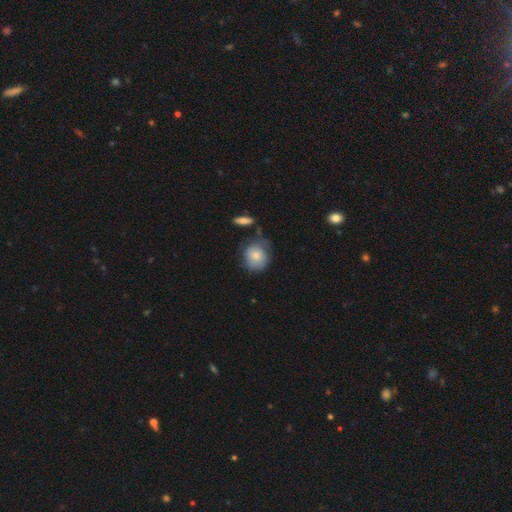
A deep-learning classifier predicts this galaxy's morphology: type=smooth (77%); roundness=round (78%); merging=none (57%).